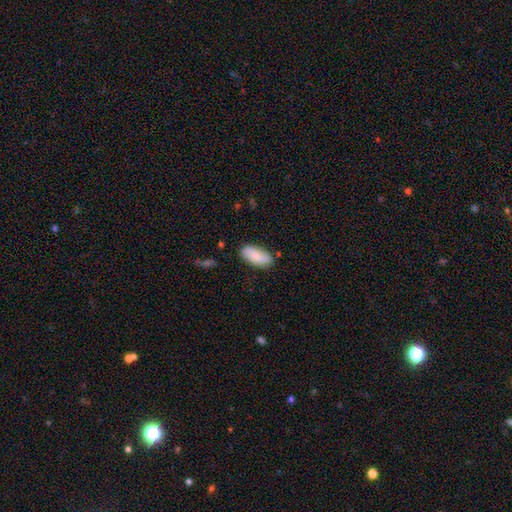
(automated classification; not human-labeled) smooth_or_featured: smooth (p=0.83) [alt: featured or disk p=0.11]
how_rounded: in between (p=0.89) [alt: cigar-shaped p=0.09]
merging: none (p=0.78) [alt: minor disturbance p=0.17]